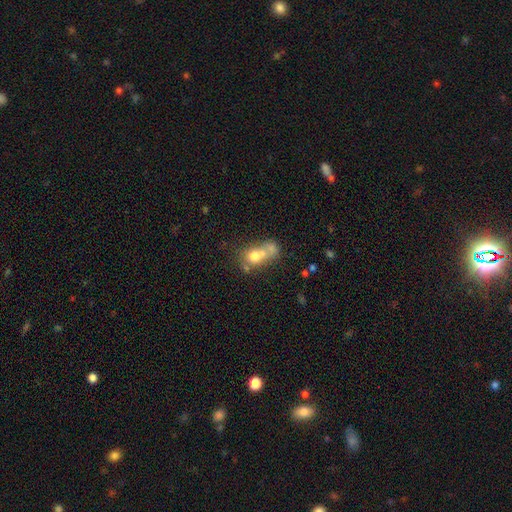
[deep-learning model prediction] Overall: smooth (63%; featured or disk 25%). How rounded: round (55%; in between 43%). Merging: merger (64%).